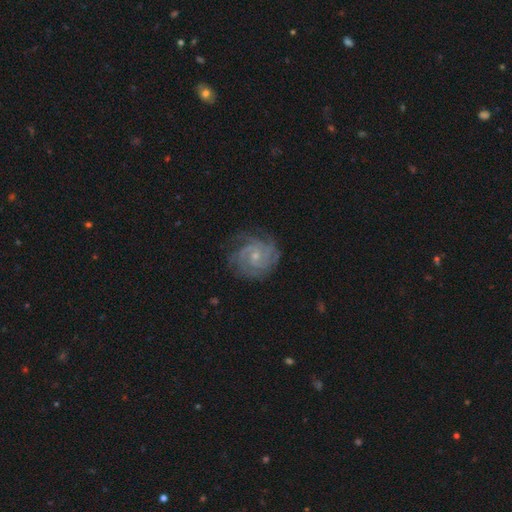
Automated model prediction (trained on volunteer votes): Overall: featured or disk (87%). Edge-on disk: no (98%). Bar: no (70%). Spiral arms: yes (97%). Spiral arm count: 3 (28%; can't tell 22%). Spiral winding: tight (70%). Bulge size: small (69%). Merging: none (76%).